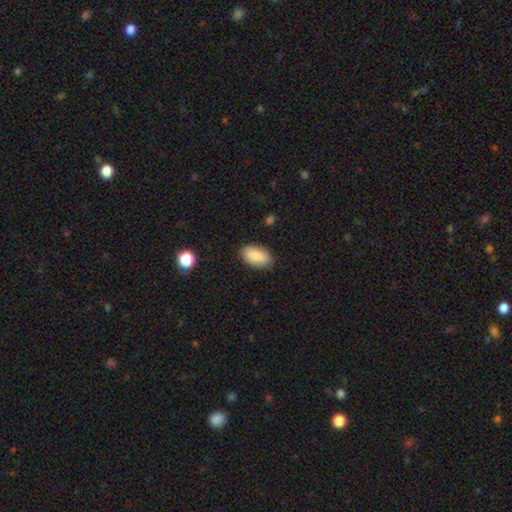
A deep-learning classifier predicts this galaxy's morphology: smooth_or_featured: smooth (p=0.86) [alt: featured or disk p=0.07]
how_rounded: in between (p=0.93) [alt: round p=0.04]
merging: none (p=0.84) [alt: minor disturbance p=0.12]